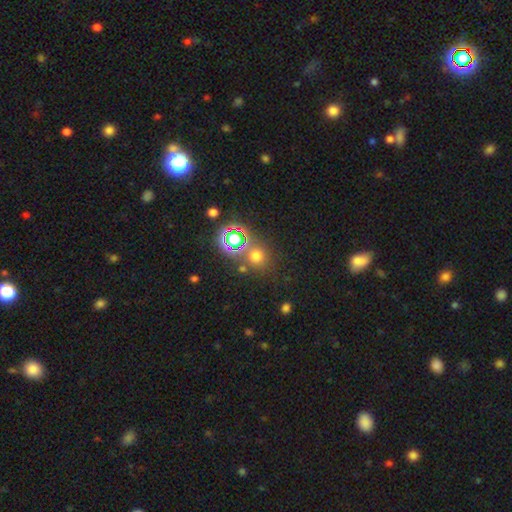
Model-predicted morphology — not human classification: This appears to be a smooth galaxy with no disk features (60%) that is round (87%). Merging: none (74%).